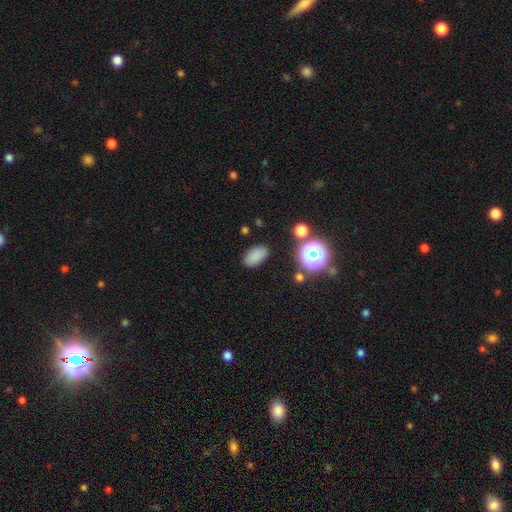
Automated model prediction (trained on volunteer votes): A smooth galaxy with no disk features (82%) that is in between round and cigar-shaped (89%).

Vote fractions:
- Smooth or featured? smooth: 82% / star or artifact: 13% / featured or disk: 5%
- How rounded? in between: 89% / round: 9% / cigar-shaped: 2%
- Merging? none: 83% / minor disturbance: 11% / major disturbance: 4% / merger: 3%